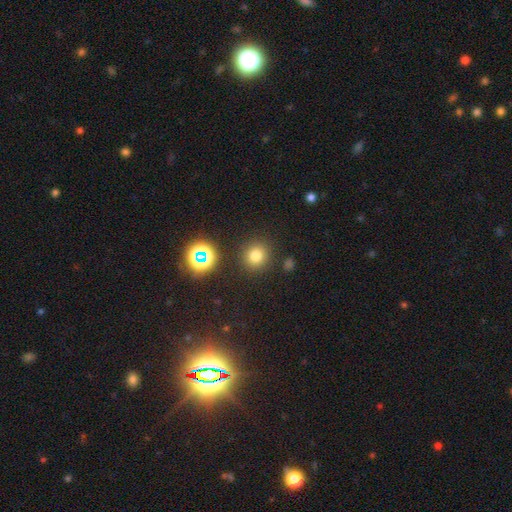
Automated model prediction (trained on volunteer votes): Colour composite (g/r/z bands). It shows a smooth galaxy with no disk features (75%) that is round (90%). Merging: none (88%).